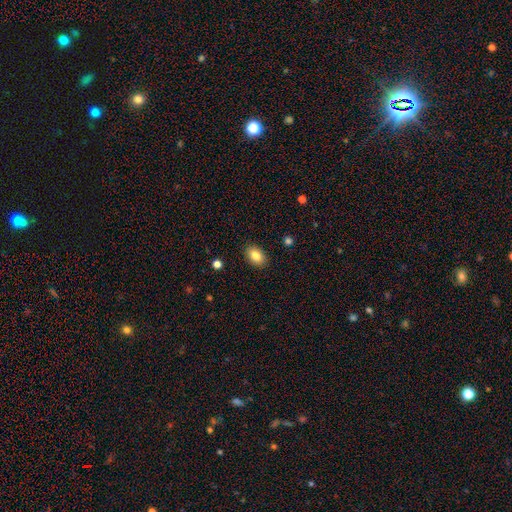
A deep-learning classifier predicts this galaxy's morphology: Q: Smooth or featured?
A: smooth (84%); runner-up: star or artifact (8%)
Q: How rounded?
A: in between (84%); runner-up: round (14%)
Q: Merging?
A: none (89%); runner-up: minor disturbance (8%)